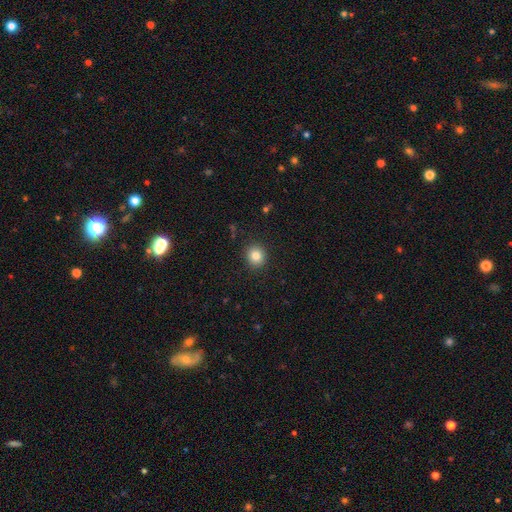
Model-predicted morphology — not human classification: Smooth or featured? Predicted: smooth (p=0.83). How rounded? Predicted: round (p=0.87). Merging? Predicted: none (p=0.91).